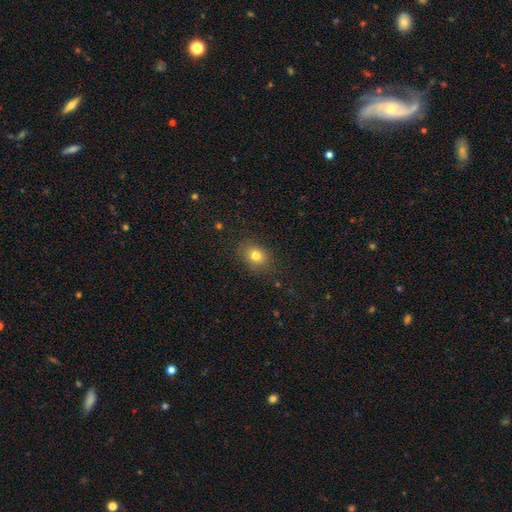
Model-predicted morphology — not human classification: A smooth galaxy with no disk features (80%) that is in between round and cigar-shaped (49%, tied with round). Merging: none (85%).